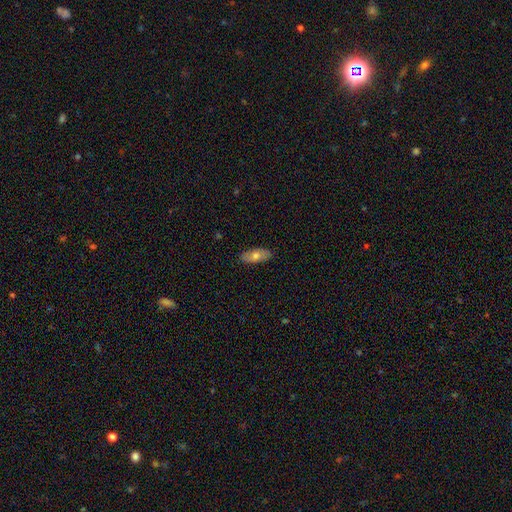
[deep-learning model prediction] This appears to be a smooth galaxy with no disk features (65%) that is in between round and cigar-shaped (83%). Merging: none (88%).